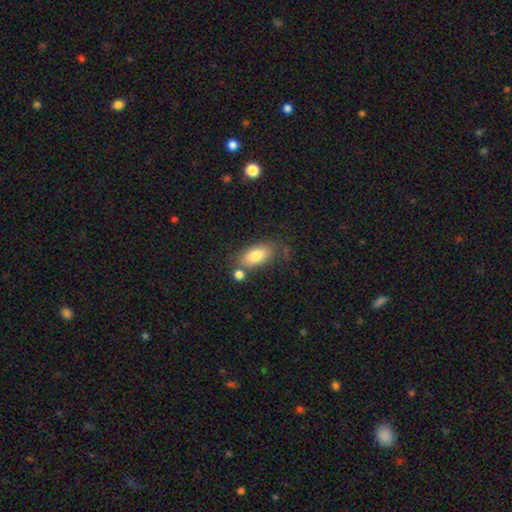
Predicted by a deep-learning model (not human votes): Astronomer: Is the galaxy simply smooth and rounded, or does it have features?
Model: smooth — 80%.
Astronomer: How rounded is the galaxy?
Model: in between — 89%.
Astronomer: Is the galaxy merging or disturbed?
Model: none — 64%.